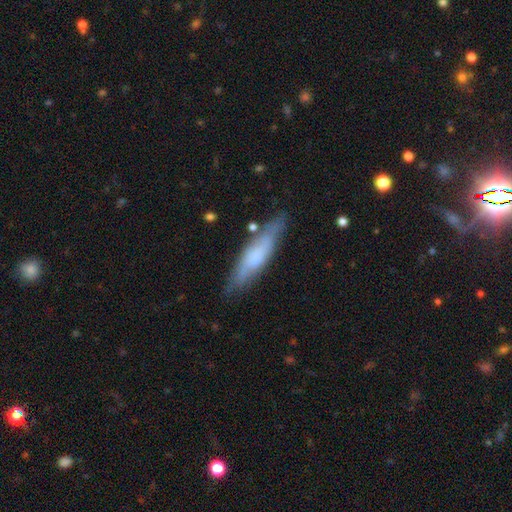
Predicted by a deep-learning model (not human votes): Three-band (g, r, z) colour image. It shows a smooth galaxy with no disk features (56%) that is cigar-shaped (75%). Merging: none (77%).